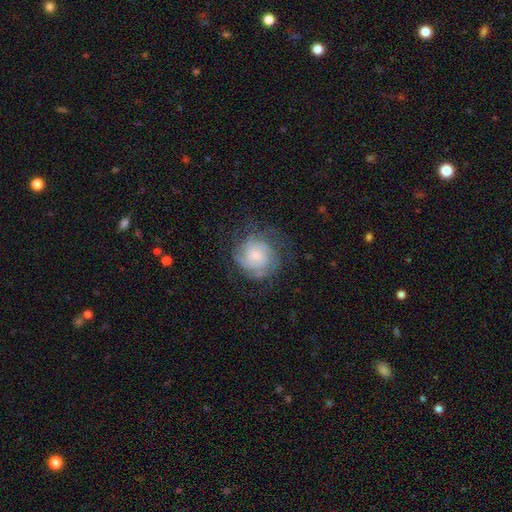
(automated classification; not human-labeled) This appears to be a featured or disk galaxy (72%) with no bar (64%), tight (58%) spiral arms (92%) and a small central bulge (48%). Merging: none (66%).